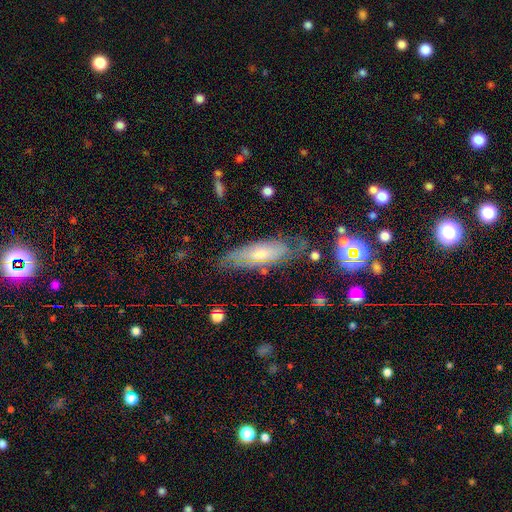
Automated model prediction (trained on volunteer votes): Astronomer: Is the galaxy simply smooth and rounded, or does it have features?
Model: featured or disk — 53% (runner-up: smooth, 39%).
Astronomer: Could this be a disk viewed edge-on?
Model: no — 73%.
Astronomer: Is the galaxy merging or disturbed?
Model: none — 65%.